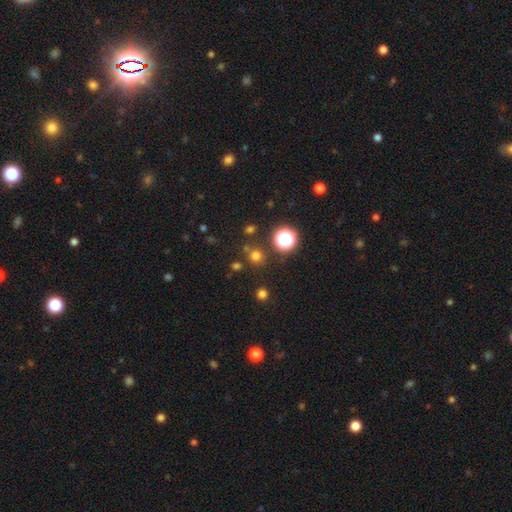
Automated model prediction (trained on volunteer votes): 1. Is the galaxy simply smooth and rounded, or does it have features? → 68% smooth, 26% star or artifact, 6% featured or disk.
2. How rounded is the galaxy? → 91% round, 8% in between, 1% cigar-shaped.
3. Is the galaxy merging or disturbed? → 81% none, 8% minor disturbance, 8% merger, 3% major disturbance.